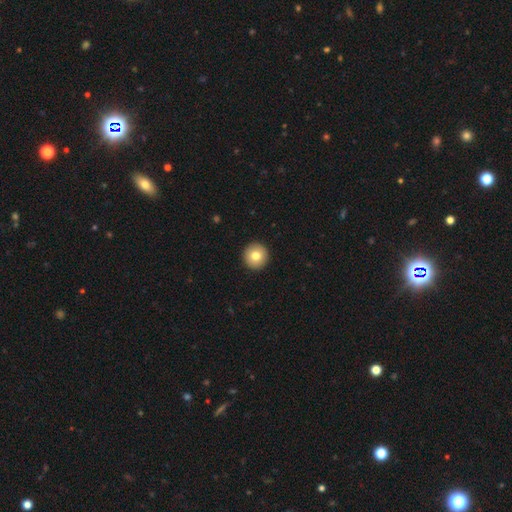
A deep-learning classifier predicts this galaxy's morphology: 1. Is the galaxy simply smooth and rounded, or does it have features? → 78% smooth, 13% featured or disk, 9% star or artifact.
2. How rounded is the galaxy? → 96% round, 3% in between, 1% cigar-shaped.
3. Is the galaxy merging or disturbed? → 94% none, 4% minor disturbance, 1% major disturbance, 1% merger.